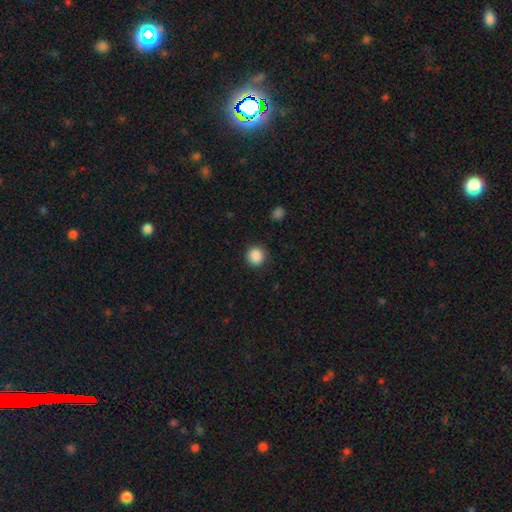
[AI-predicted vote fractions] Smooth or featured? smooth (88%)
How rounded? round (94%)
Merging? none (91%)